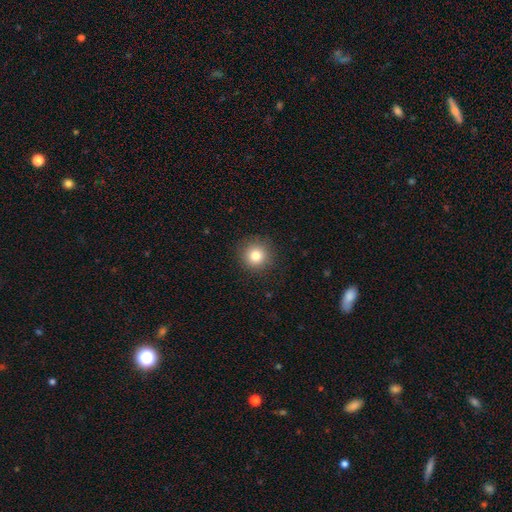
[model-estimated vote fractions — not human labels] Smooth or featured? smooth (82%)
How rounded? round (95%)
Merging? none (90%)